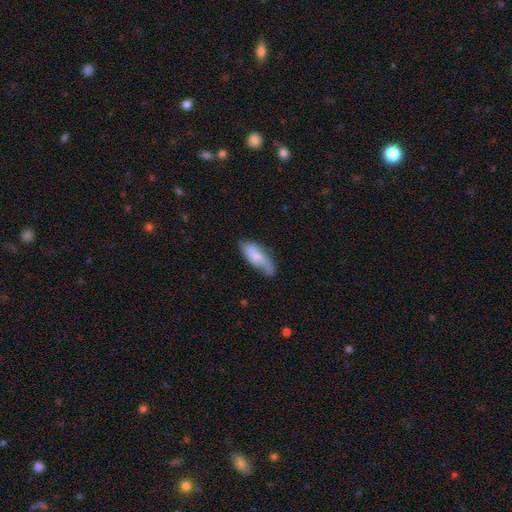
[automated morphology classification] The model was most divided on "merging": none: 55%, minor disturbance: 31%, major disturbance: 10%, merger: 3%. More confident: how rounded — in between (68%); smooth or featured — smooth (59%).